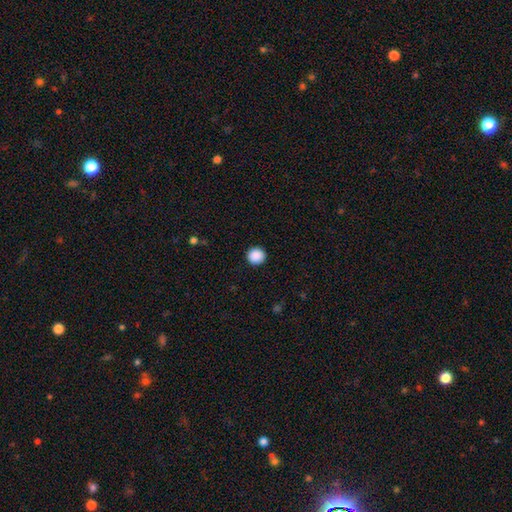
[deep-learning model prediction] Smooth or featured?
  - smooth: 90% *
  - star or artifact: 8%
  - featured or disk: 2%
How rounded?
  - round: 95% *
  - in between: 4%
  - cigar-shaped: 1%
Merging?
  - none: 93% *
  - minor disturbance: 4%
  - major disturbance: 2%
  - merger: 1%